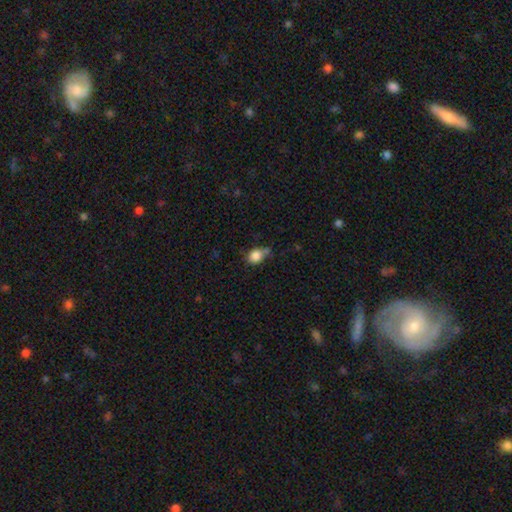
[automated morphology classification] A smooth galaxy with no disk features (84%) that is round (55%).

Vote fractions:
- Smooth or featured? smooth: 84% / star or artifact: 10% / featured or disk: 6%
- How rounded? round: 55% / in between: 44% / cigar-shaped: 1%
- Merging? none: 47% / minor disturbance: 34% / merger: 10% / major disturbance: 9%